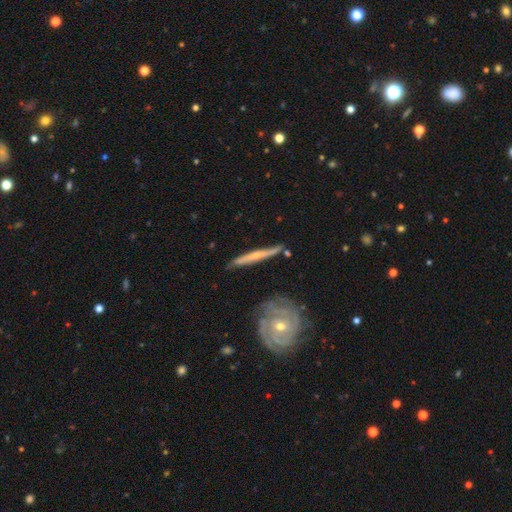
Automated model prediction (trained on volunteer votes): A featured or disk galaxy (70%) viewed edge-on (90%) with a rounded central bulge (52%).

Vote fractions:
- Smooth or featured? featured or disk: 70% / smooth: 25% / star or artifact: 5%
- Edge-on disk? yes: 90% / no: 10%
- Edge-on bulge? rounded: 52% / none: 44% / boxy: 5%
- Merging? none: 83% / minor disturbance: 12% / merger: 3% / major disturbance: 2%